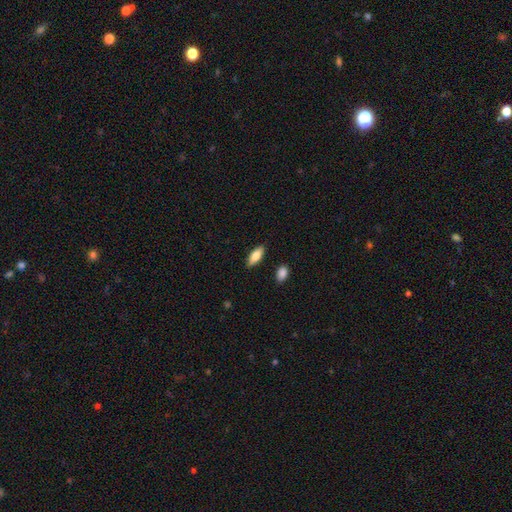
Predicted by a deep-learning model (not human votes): Q: Smooth or featured?
A: smooth (80%); runner-up: featured or disk (14%)
Q: How rounded?
A: in between (75%); runner-up: cigar-shaped (23%)
Q: Merging?
A: none (86%); runner-up: minor disturbance (10%)